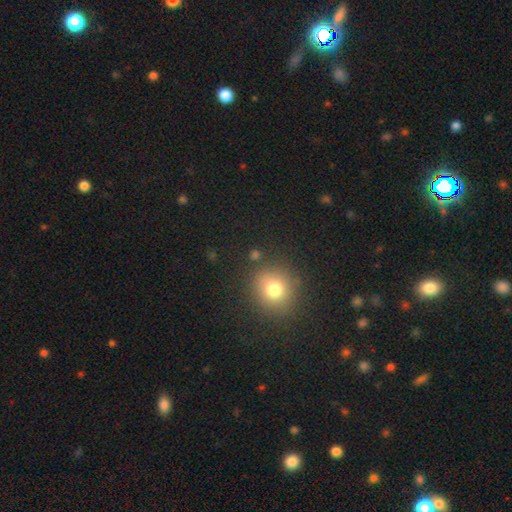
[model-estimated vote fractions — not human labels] smooth 73%, star or artifact 19%, featured or disk 8%. Down the decision tree: how rounded — round (87%); merging — none (87%).